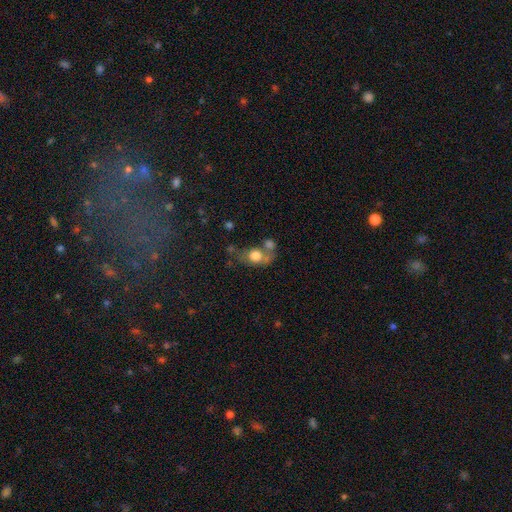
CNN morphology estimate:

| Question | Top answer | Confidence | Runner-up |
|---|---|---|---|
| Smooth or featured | smooth | 70% | featured or disk (20%) |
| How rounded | in between | 53% | round (45%) |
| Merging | none | 39% | merger (33%) |